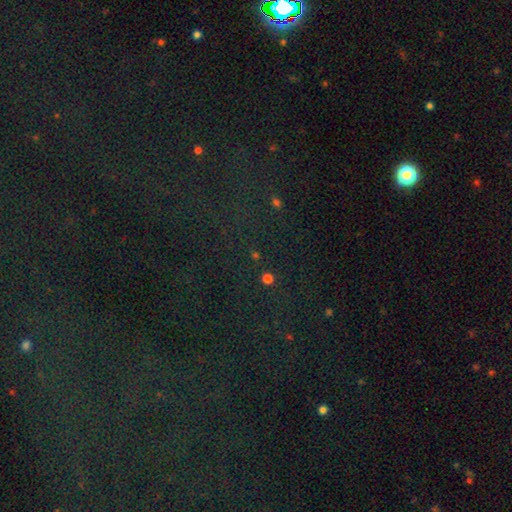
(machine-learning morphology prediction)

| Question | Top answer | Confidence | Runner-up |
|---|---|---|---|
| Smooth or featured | star or artifact | 66% | smooth (27%) |